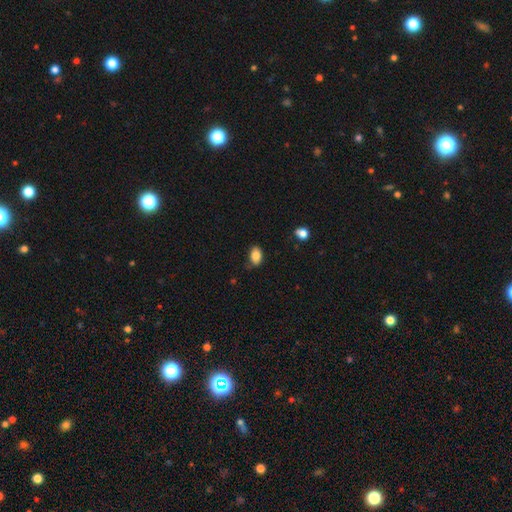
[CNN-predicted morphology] type=smooth (85%); roundness=in between (85%); merging=none (65%).